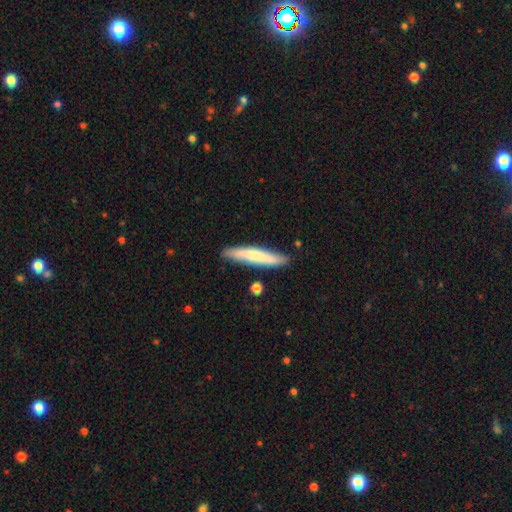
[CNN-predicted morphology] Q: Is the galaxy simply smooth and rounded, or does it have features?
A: smooth — 67%.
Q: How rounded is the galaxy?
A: cigar-shaped — 92%.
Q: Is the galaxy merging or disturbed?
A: none — 82%.